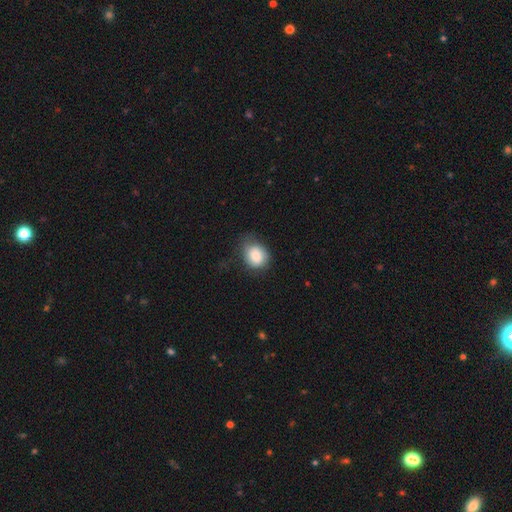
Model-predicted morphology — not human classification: type=smooth (82%); roundness=round (58%); merging=none (58%).